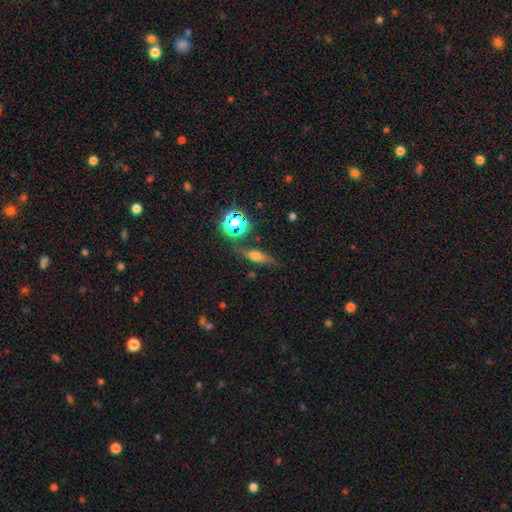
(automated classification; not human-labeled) A smooth galaxy with no disk features (48%). Merging: none (71%).